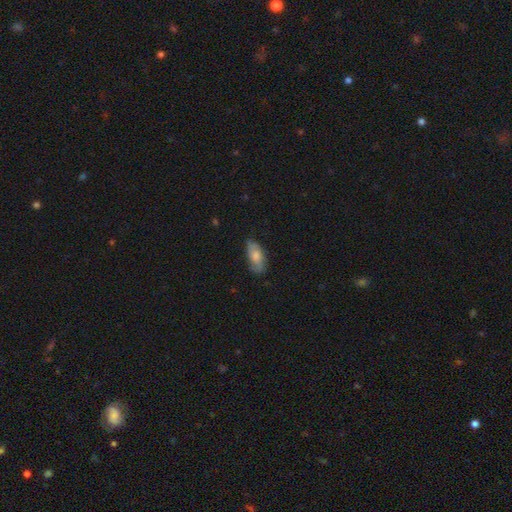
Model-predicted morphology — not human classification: This appears to be a smooth galaxy with no disk features (71%) that is in between round and cigar-shaped (85%). Merging: none (69%).